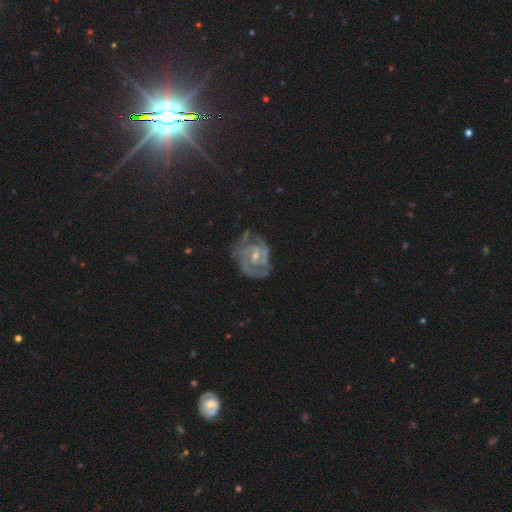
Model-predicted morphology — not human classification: Q: Smooth or featured?
A: featured or disk (86%); runner-up: smooth (8%)
Q: Edge-on disk?
A: no (98%); runner-up: yes (2%)
Q: Bar?
A: weak (49%); runner-up: no (39%)
Q: Spiral arms?
A: yes (95%); runner-up: no (5%)
Q: Spiral winding?
A: tight (53%); runner-up: medium (39%)
Q: Spiral arm count?
A: 2 (52%); runner-up: 3 (20%)
Q: Bulge size?
A: small (53%); runner-up: moderate (42%)
Q: Merging?
A: none (62%); runner-up: minor disturbance (24%)